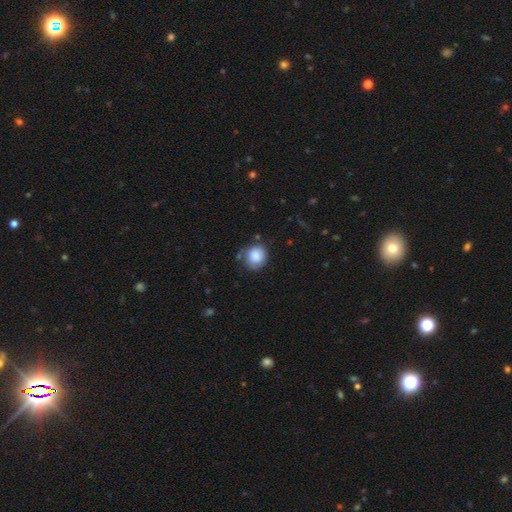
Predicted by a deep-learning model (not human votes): Smooth or featured?
  - smooth: 84% *
  - featured or disk: 8%
  - star or artifact: 8%
How rounded?
  - round: 81% *
  - in between: 18%
  - cigar-shaped: 1%
Merging?
  - none: 68% *
  - minor disturbance: 22%
  - major disturbance: 6%
  - merger: 4%